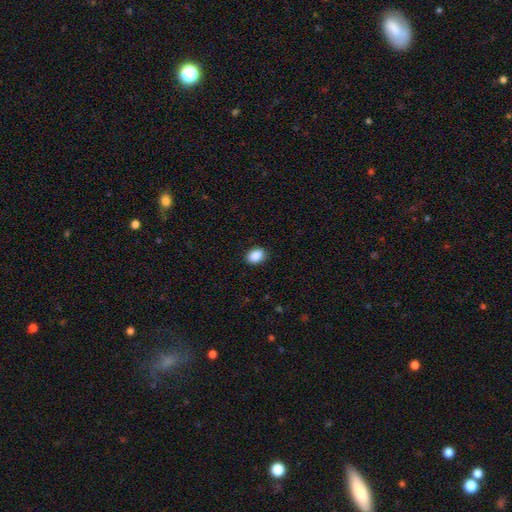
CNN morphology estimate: A smooth galaxy with no disk features (89%) that is in between round and cigar-shaped (73%).

Vote fractions:
- Smooth or featured? smooth: 89% / star or artifact: 8% / featured or disk: 3%
- How rounded? in between: 73% / round: 26% / cigar-shaped: 1%
- Merging? none: 89% / minor disturbance: 8% / major disturbance: 2% / merger: 1%